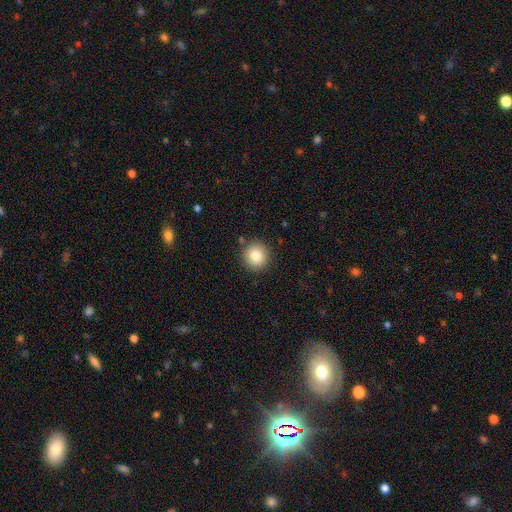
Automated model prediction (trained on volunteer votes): Smooth or featured?
  - smooth: 82% *
  - star or artifact: 10%
  - featured or disk: 8%
How rounded?
  - round: 93% *
  - in between: 7%
  - cigar-shaped: 1%
Merging?
  - none: 89% *
  - minor disturbance: 7%
  - major disturbance: 2%
  - merger: 2%